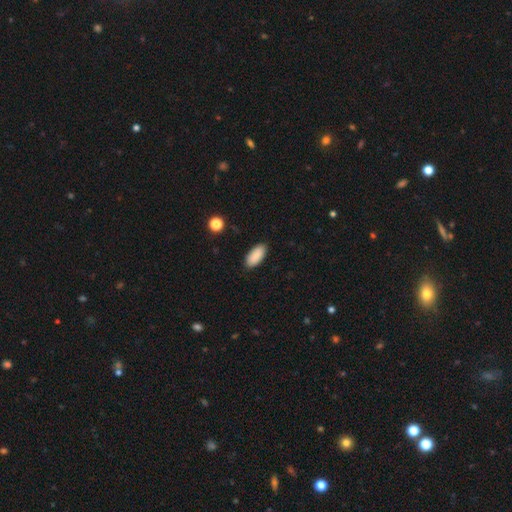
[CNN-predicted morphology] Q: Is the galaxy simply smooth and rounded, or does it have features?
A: smooth — 90%.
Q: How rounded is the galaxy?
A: in between — 90%.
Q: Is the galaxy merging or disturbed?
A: none — 88%.